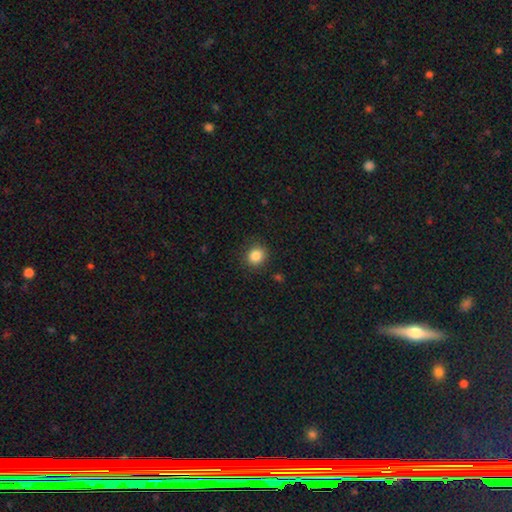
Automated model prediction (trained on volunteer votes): Smooth or featured: smooth — 86% (star or artifact — 10%)
How rounded: round — 79% (in between — 20%)
Merging: none — 87% (minor disturbance — 9%)